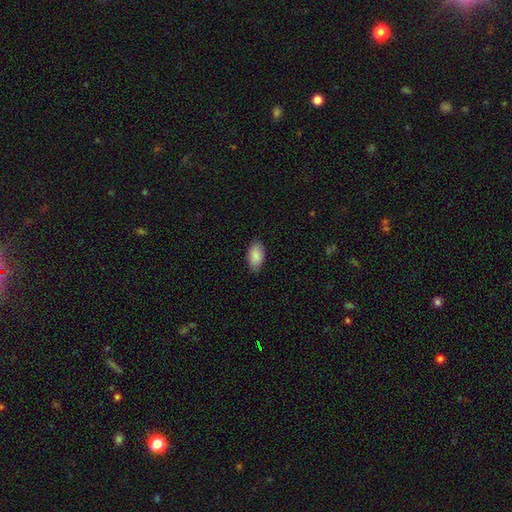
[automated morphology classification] Smooth or featured? Predicted: smooth (p=0.88). How rounded? Predicted: in between (p=0.94). Merging? Predicted: none (p=0.85).